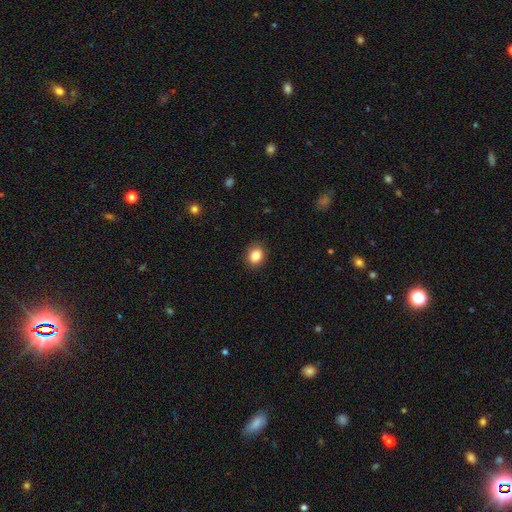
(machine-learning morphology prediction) type=smooth (85%); roundness=round (60%); merging=none (90%).